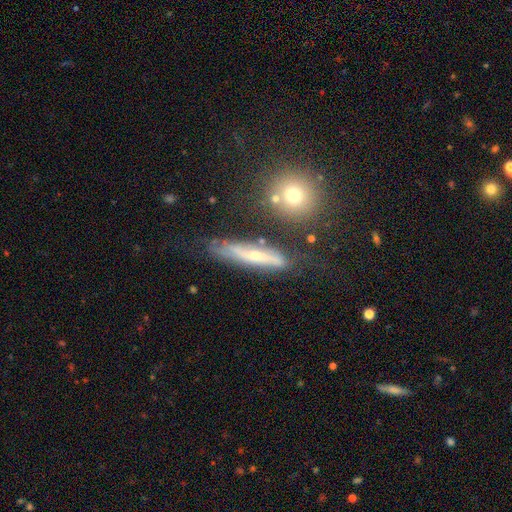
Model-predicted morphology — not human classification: featured or disk 57%, smooth 33%, star or artifact 10%. Down the decision tree: edge-on disk — yes (67%); merging — none (64%).